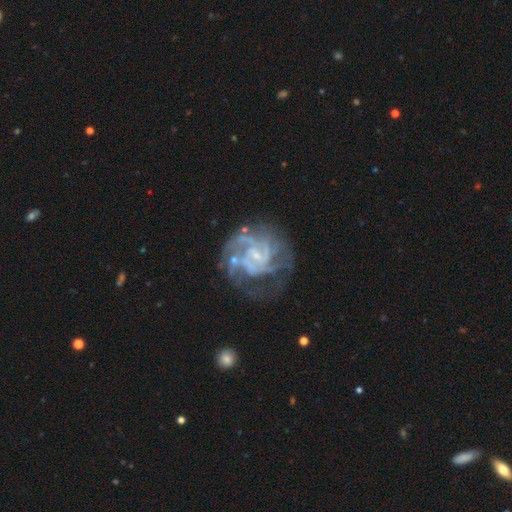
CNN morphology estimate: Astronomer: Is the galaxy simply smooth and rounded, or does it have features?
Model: featured or disk — 86%.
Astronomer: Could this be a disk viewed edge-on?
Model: no — 98%.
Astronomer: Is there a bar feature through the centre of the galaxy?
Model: weak — 44%, tied with no at 44%.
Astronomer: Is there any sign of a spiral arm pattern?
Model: yes — 93%.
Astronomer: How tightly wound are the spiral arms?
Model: tight — 51% (runner-up: medium, 39%).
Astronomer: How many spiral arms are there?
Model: can't tell — 28% (runner-up: 3, 27%).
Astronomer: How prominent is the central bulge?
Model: small — 65%.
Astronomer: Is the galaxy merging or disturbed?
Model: none — 56%.